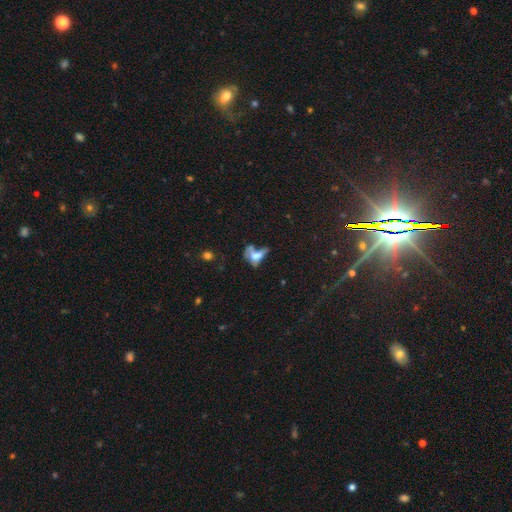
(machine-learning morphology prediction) This appears to be a smooth galaxy with no disk features (48%). Merging: merger (37%).